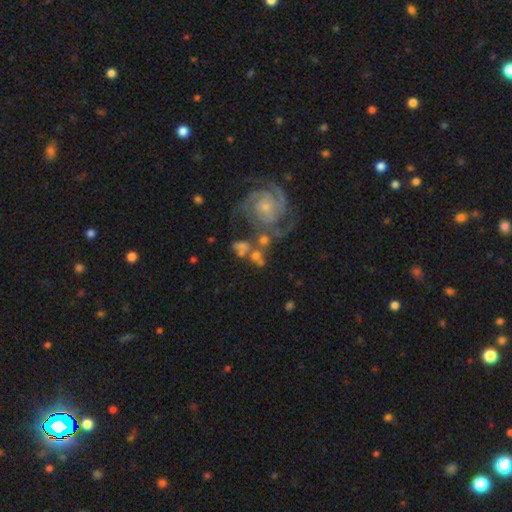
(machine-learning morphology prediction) featured or disk 64%, smooth 24%, star or artifact 12%. Down the decision tree: edge-on disk — no (97%); bar — no (72%); spiral arms — yes (81%); spiral arm count — can't tell (27%); spiral winding — tight (53%); bulge size — small (59%); merging — none (40%).